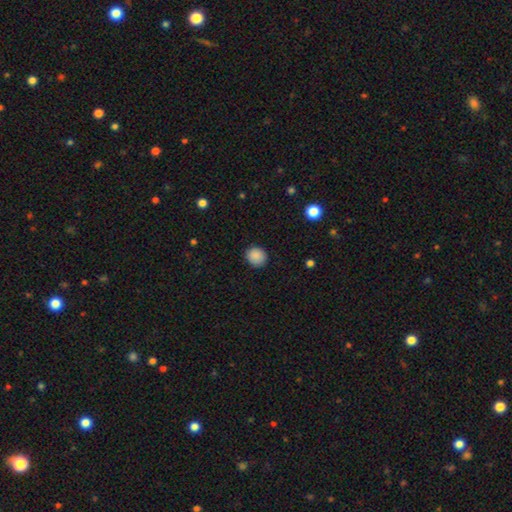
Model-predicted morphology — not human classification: smooth_or_featured: smooth (p=0.88) [alt: star or artifact p=0.09]
how_rounded: round (p=0.81) [alt: in between p=0.18]
merging: none (p=0.88) [alt: minor disturbance p=0.09]